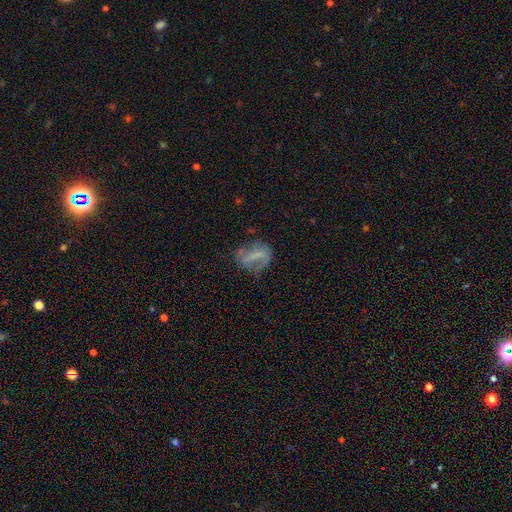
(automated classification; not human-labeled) This appears to be a featured or disk galaxy (52%). Merging: none (44%).